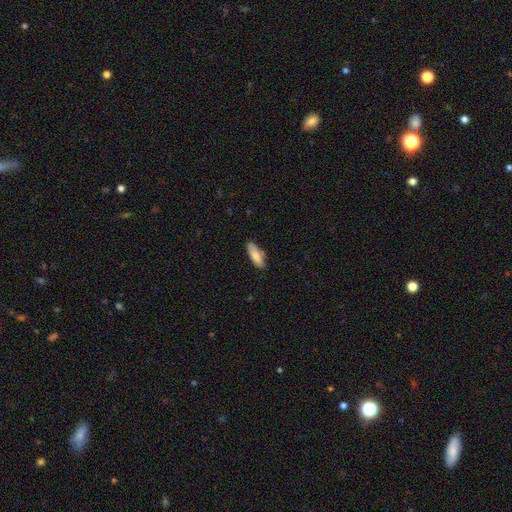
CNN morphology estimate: Smooth or featured?
  - smooth: 81% *
  - featured or disk: 13%
  - star or artifact: 6%
How rounded?
  - in between: 65% *
  - cigar-shaped: 34%
  - round: 2%
Merging?
  - none: 78% *
  - minor disturbance: 17%
  - major disturbance: 3%
  - merger: 2%